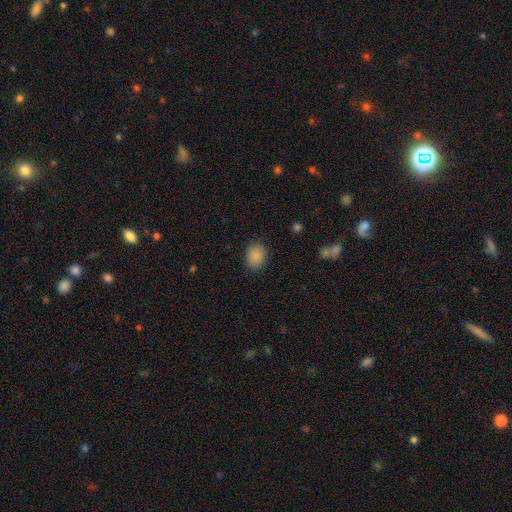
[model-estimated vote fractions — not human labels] smooth 87%, star or artifact 9%, featured or disk 3%. Down the decision tree: how rounded — in between (57%); merging — none (85%).